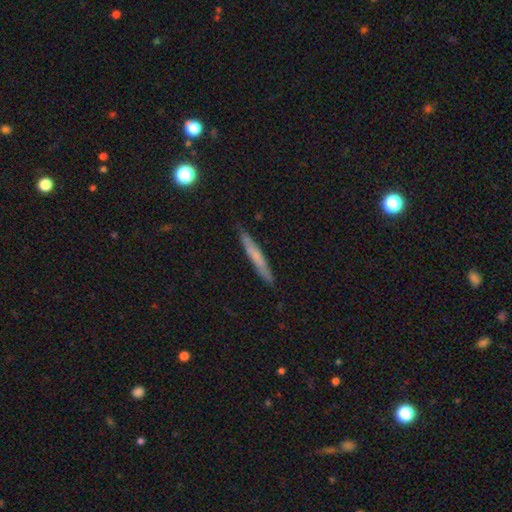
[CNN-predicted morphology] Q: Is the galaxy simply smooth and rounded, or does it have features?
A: smooth — 58%.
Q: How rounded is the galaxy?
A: cigar-shaped — 96%.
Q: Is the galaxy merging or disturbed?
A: none — 87%.